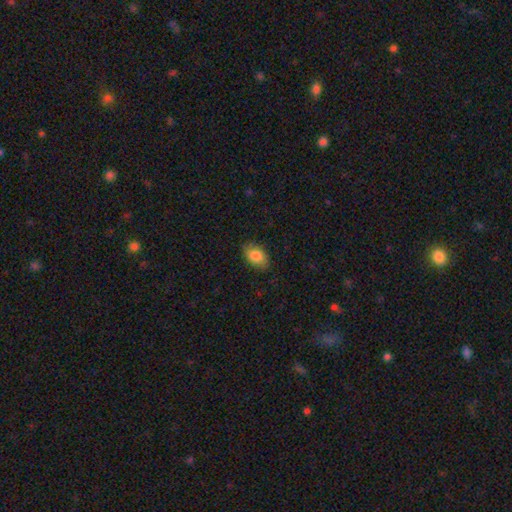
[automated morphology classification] A smooth galaxy with no disk features (84%) that is in between round and cigar-shaped (90%).

Vote fractions:
- Smooth or featured? smooth: 84% / featured or disk: 9% / star or artifact: 7%
- How rounded? in between: 90% / round: 9% / cigar-shaped: 2%
- Merging? none: 84% / minor disturbance: 13% / major disturbance: 3% / merger: 1%